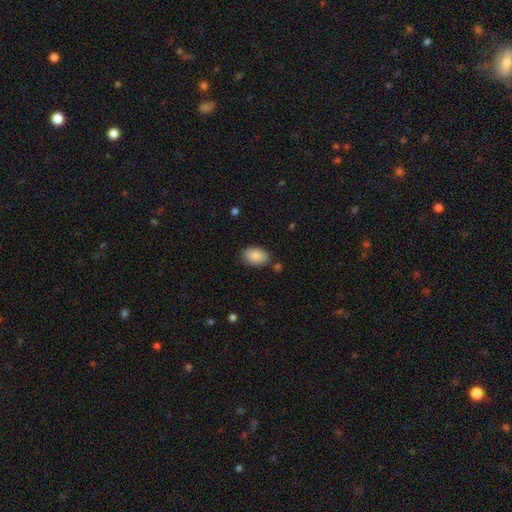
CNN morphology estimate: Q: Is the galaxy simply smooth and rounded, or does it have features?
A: smooth — 88%.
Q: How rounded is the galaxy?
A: in between — 89%.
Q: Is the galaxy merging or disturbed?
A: none — 82%.